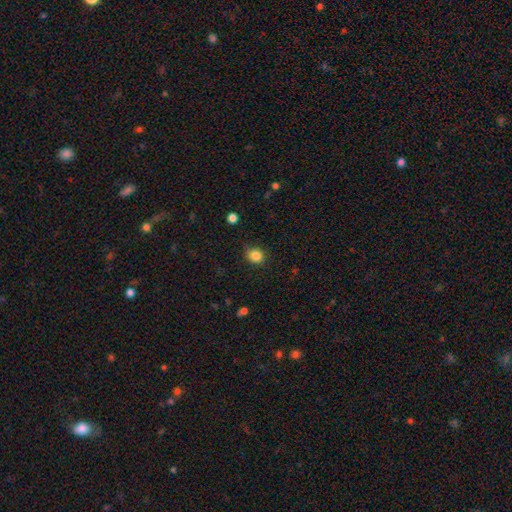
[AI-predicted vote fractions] A smooth galaxy with no disk features (84%) that is round (70%).

Vote fractions:
- Smooth or featured? smooth: 84% / star or artifact: 11% / featured or disk: 5%
- How rounded? round: 70% / in between: 30% / cigar-shaped: 1%
- Merging? none: 79% / minor disturbance: 16% / major disturbance: 4% / merger: 1%